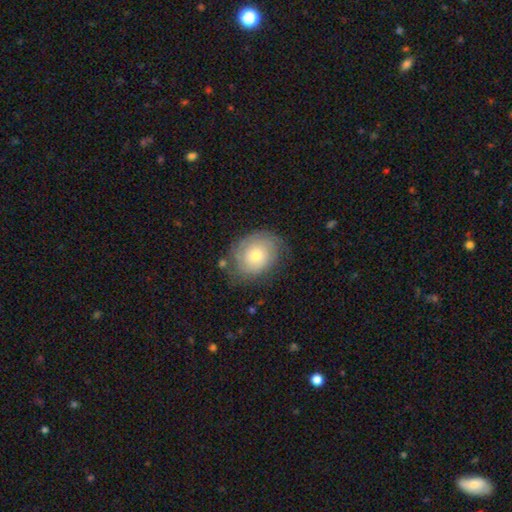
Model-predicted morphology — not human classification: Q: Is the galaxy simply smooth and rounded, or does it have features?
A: featured or disk — 61%.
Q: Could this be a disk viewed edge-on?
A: no — 97%.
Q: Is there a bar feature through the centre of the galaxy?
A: no — 83%.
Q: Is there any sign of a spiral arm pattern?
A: yes — 84%.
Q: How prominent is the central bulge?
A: moderate — 51%.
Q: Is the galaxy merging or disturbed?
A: none — 71%.